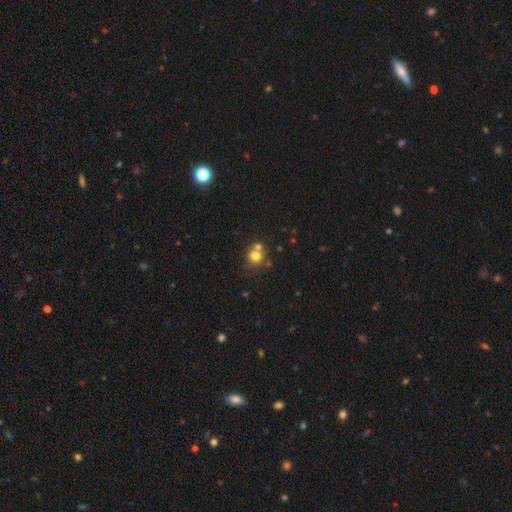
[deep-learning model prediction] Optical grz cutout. It shows a smooth galaxy with no disk features (76%) that is round (84%). Merging: none (51%).